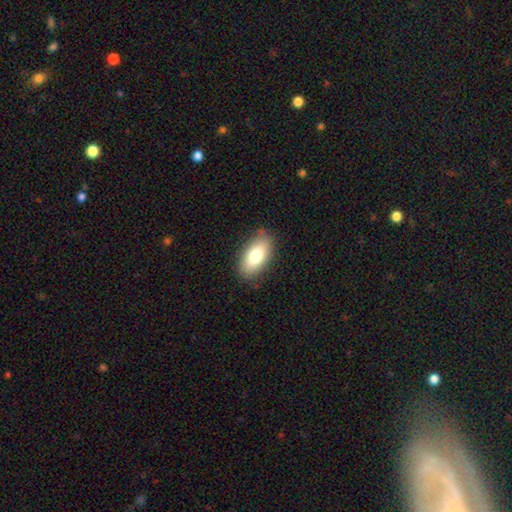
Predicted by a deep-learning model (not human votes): This appears to be a smooth galaxy with no disk features (78%) that is in between round and cigar-shaped (92%). Merging: none (85%).